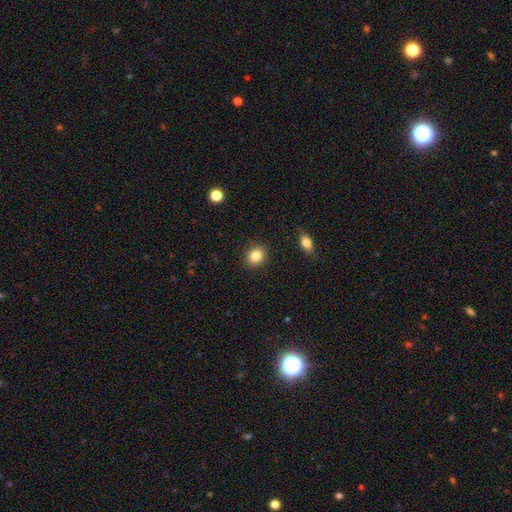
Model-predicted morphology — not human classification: type=smooth (84%); roundness=round (62%); merging=none (89%).